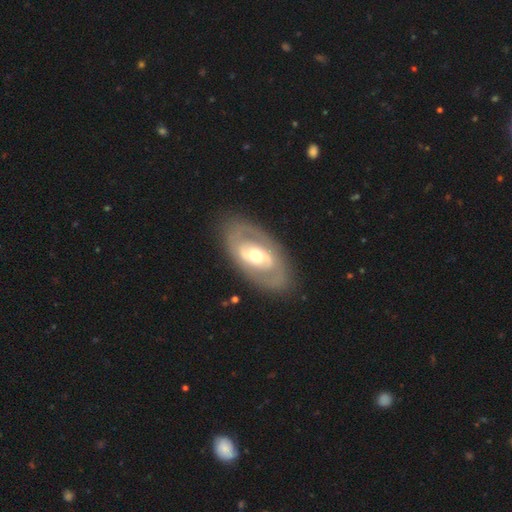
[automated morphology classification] This is likely a featured or disk galaxy (70%). It is clearly not viewed edge-on (92%). Bar: possibly no (49%). Spiral arm pattern: likely no (61%). Central bulge: likely moderate (68%). Merging: clearly none (82%).